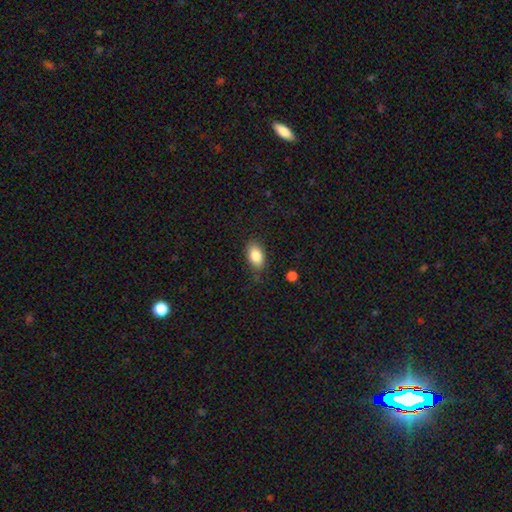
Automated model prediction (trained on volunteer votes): smooth_or_featured: smooth (p=0.84) [alt: featured or disk p=0.09]
how_rounded: in between (p=0.89) [alt: round p=0.08]
merging: none (p=0.80) [alt: minor disturbance p=0.15]